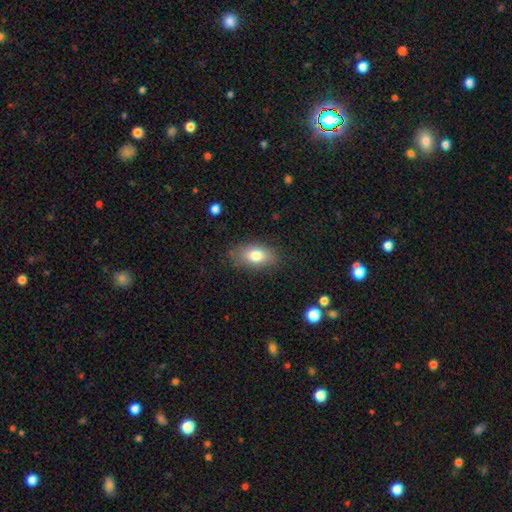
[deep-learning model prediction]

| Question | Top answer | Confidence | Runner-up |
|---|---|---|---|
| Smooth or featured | smooth | 79% | featured or disk (13%) |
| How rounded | in between | 89% | round (8%) |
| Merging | none | 81% | minor disturbance (14%) |